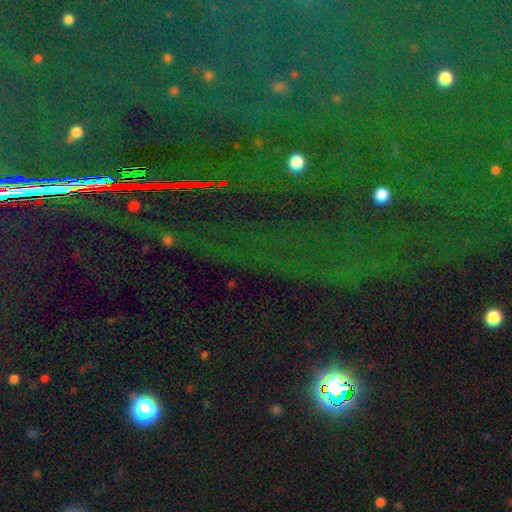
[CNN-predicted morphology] star or artifact 82%, smooth 9%, featured or disk 9%.